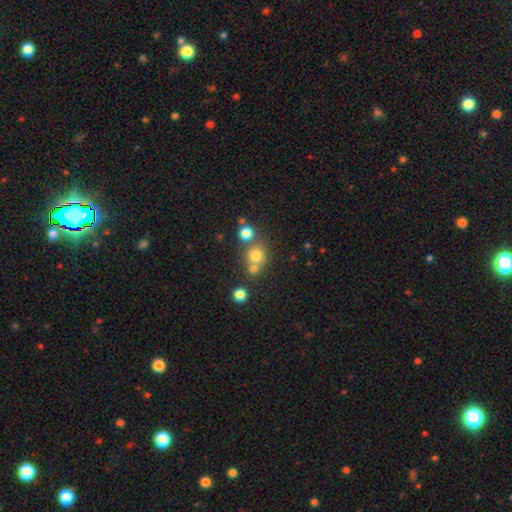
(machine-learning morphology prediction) smooth 73%, star or artifact 17%, featured or disk 10%. Down the decision tree: how rounded — round (84%); merging — none (57%).